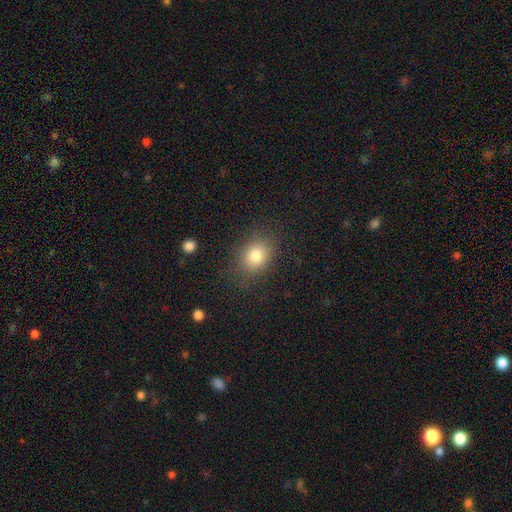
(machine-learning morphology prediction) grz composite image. It shows a smooth galaxy with no disk features (80%) that is in between round and cigar-shaped (56%). Merging: none (82%).